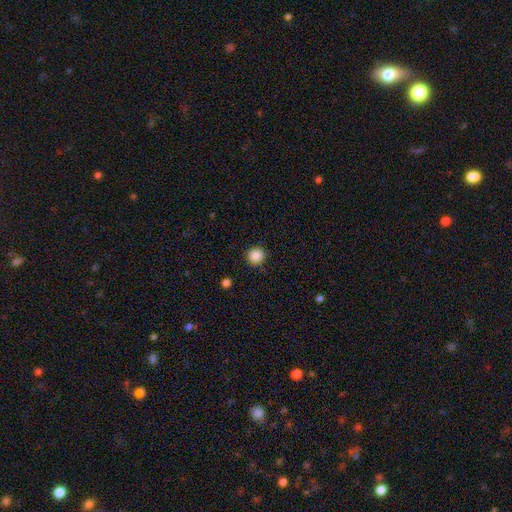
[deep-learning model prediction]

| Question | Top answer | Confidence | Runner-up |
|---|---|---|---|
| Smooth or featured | smooth | 87% | star or artifact (10%) |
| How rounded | round | 93% | in between (6%) |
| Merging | none | 90% | minor disturbance (6%) |